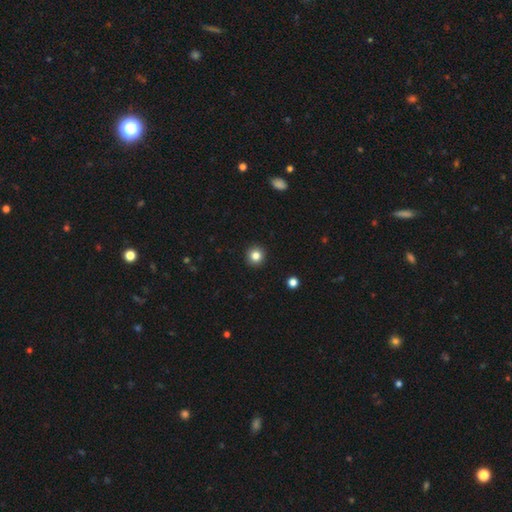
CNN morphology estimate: Smooth or featured?
  - smooth: 83% *
  - star or artifact: 12%
  - featured or disk: 6%
How rounded?
  - round: 95% *
  - in between: 4%
  - cigar-shaped: 1%
Merging?
  - none: 93% *
  - minor disturbance: 4%
  - major disturbance: 1%
  - merger: 1%